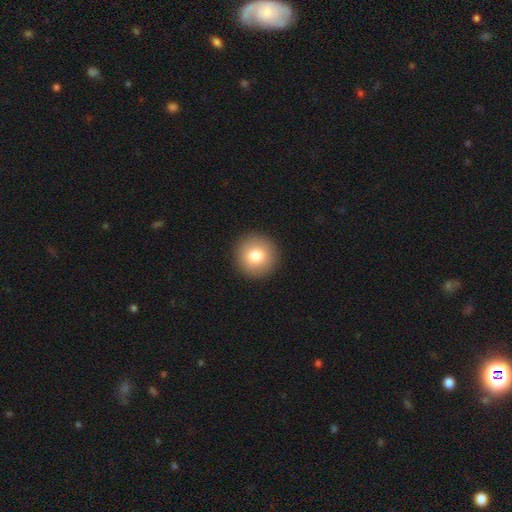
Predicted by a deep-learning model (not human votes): The model was most divided on "smooth or featured": smooth: 80%, featured or disk: 11%, star or artifact: 9%. More confident: how rounded — round (95%); merging — none (93%).